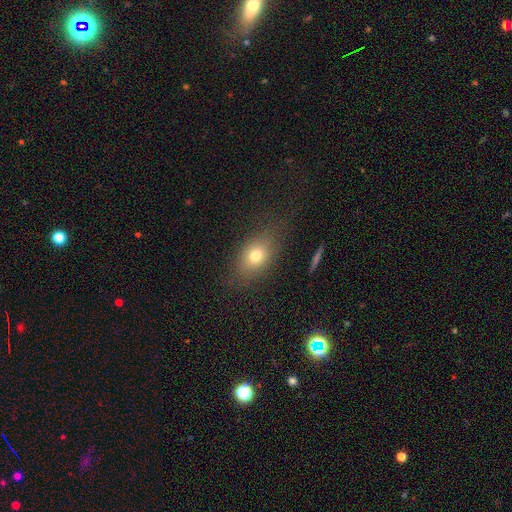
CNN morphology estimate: type=smooth (73%); roundness=in between (71%); merging=none (76%).